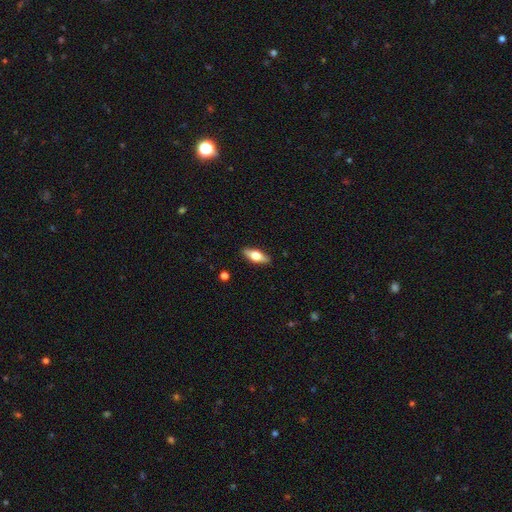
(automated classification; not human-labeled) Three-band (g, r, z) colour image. It shows a smooth galaxy with no disk features (55%) that is in between round and cigar-shaped (67%). Merging: none (88%).